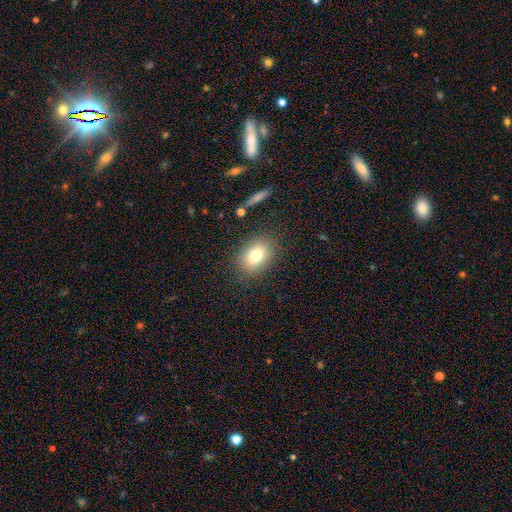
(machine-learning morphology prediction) This appears to be a smooth galaxy with no disk features (76%) that is in between round and cigar-shaped (73%). Merging: none (83%).